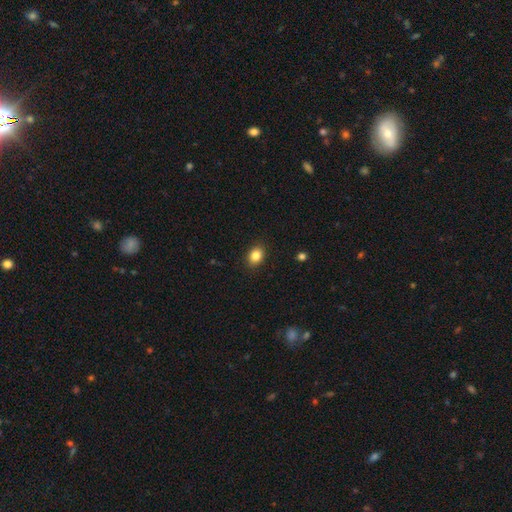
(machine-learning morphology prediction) A smooth galaxy with no disk features (84%) that is in between round and cigar-shaped (64%). Merging: none (89%).